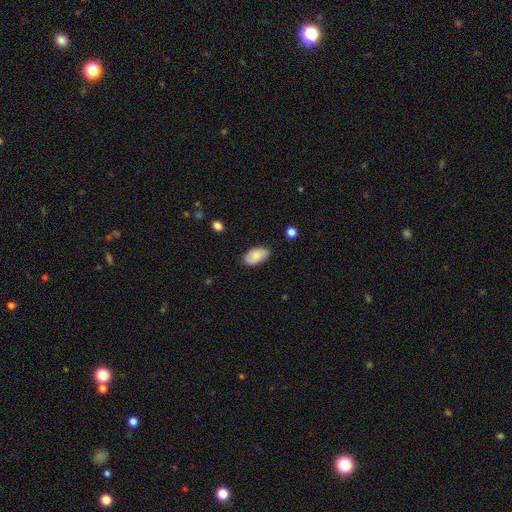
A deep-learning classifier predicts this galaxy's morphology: smooth_or_featured: smooth (p=0.83) [alt: featured or disk p=0.10]
how_rounded: in between (p=0.95) [alt: round p=0.04]
merging: none (p=0.82) [alt: minor disturbance p=0.14]